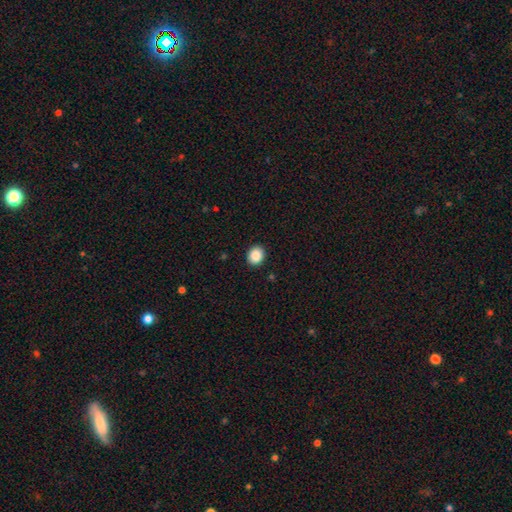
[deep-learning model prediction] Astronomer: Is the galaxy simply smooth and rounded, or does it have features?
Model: smooth — 88%.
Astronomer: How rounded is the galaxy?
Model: round — 70%.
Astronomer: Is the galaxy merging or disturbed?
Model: none — 92%.